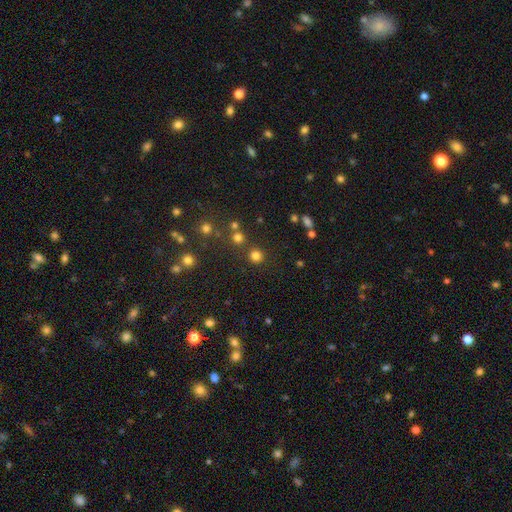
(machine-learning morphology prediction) Smooth or featured? smooth (78%)
How rounded? round (94%)
Merging? none (85%)